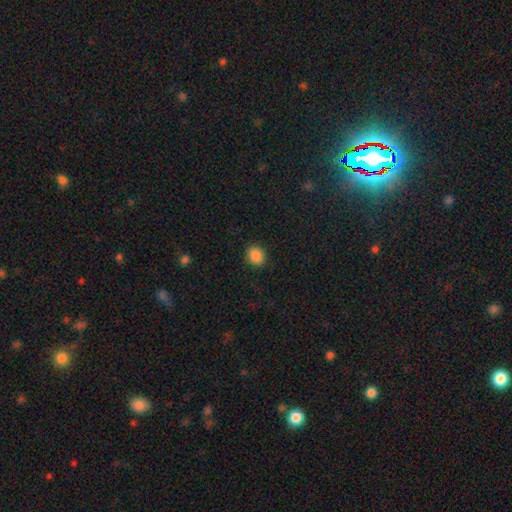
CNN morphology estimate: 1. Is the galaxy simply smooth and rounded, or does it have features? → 87% smooth, 10% star or artifact, 3% featured or disk.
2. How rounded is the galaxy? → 70% round, 30% in between, 1% cigar-shaped.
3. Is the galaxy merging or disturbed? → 90% none, 7% minor disturbance, 2% major disturbance, 1% merger.